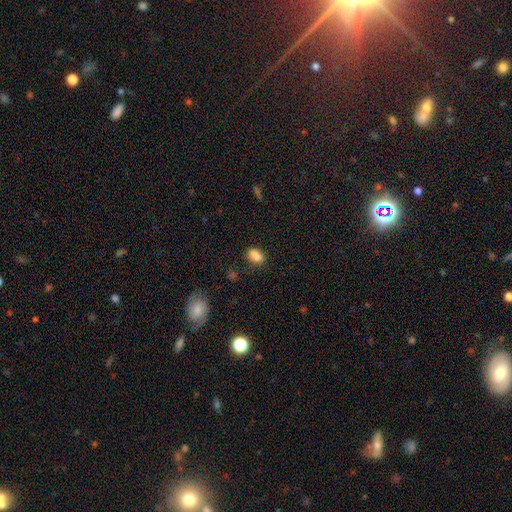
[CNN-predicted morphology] smooth 85%, star or artifact 10%, featured or disk 5%. Down the decision tree: how rounded — in between (85%); merging — none (71%).